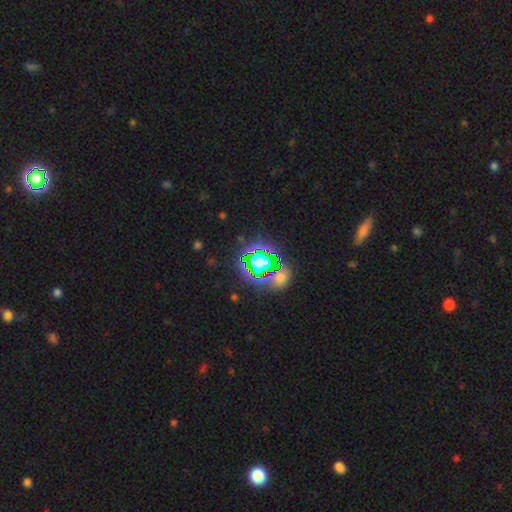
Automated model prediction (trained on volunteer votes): A star or artifact, not a galaxy (76%).

Vote fractions:
- Smooth or featured? star or artifact: 76% / smooth: 16% / featured or disk: 8%